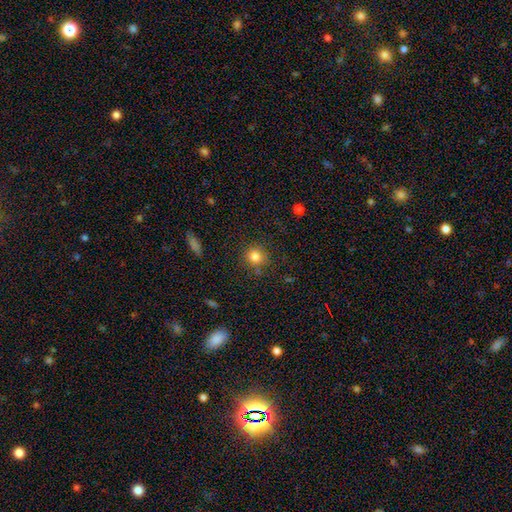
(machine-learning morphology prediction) Smooth or featured? smooth (83%)
How rounded? round (90%)
Merging? none (82%)